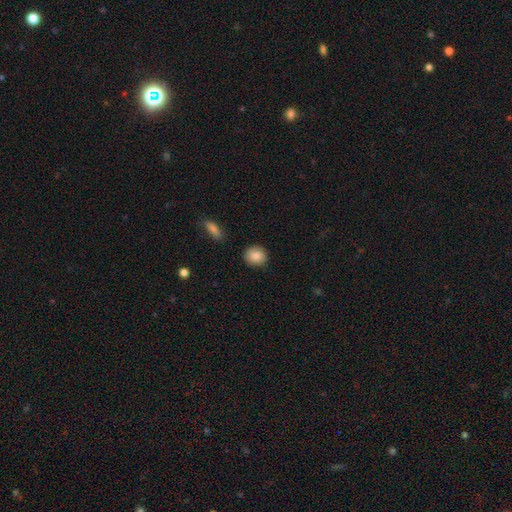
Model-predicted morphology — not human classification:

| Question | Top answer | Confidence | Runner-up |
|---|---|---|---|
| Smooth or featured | smooth | 87% | star or artifact (7%) |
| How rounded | round | 80% | in between (19%) |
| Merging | none | 88% | minor disturbance (8%) |